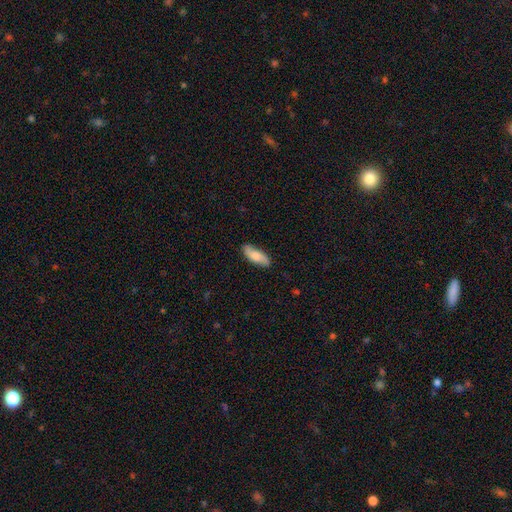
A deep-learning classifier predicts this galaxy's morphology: type=smooth (71%); roundness=in between (71%); merging=none (84%).